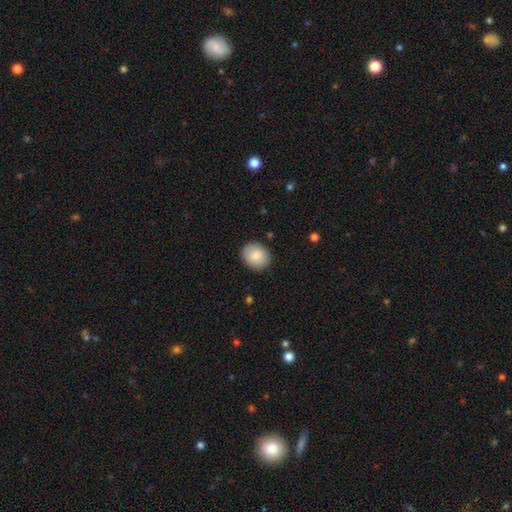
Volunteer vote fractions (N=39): Overall: smooth (82%). How rounded: in between (53%; round 47%). Merging: none (87%).